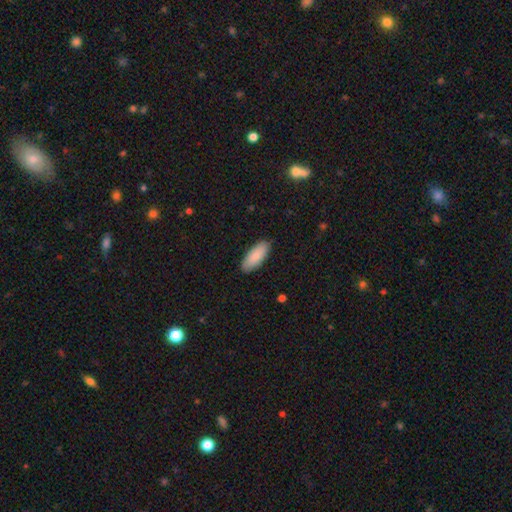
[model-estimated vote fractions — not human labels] Q: Smooth or featured?
A: smooth (89%); runner-up: featured or disk (6%)
Q: How rounded?
A: in between (80%); runner-up: cigar-shaped (18%)
Q: Merging?
A: none (89%); runner-up: minor disturbance (9%)